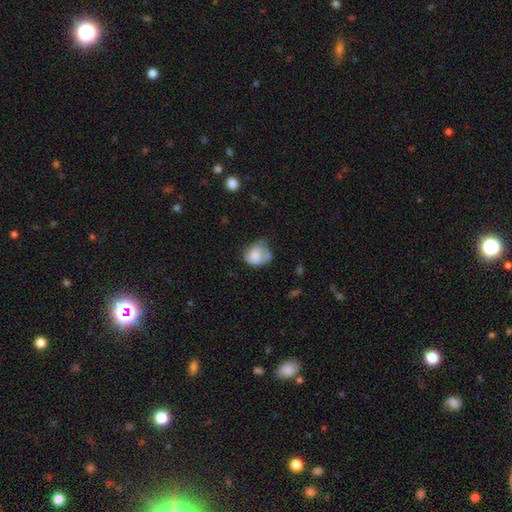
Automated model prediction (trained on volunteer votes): smooth_or_featured: smooth (p=0.68) [alt: featured or disk p=0.24]
how_rounded: round (p=0.59) [alt: in between p=0.41]
merging: minor disturbance (p=0.39) [alt: none p=0.35]